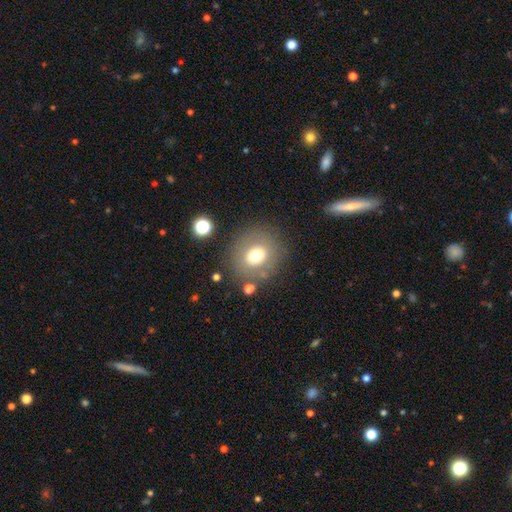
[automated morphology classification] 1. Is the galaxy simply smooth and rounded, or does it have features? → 67% smooth, 21% featured or disk, 13% star or artifact.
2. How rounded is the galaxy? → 82% round, 17% in between, 1% cigar-shaped.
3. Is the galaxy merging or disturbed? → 79% none, 11% minor disturbance, 6% major disturbance, 4% merger.